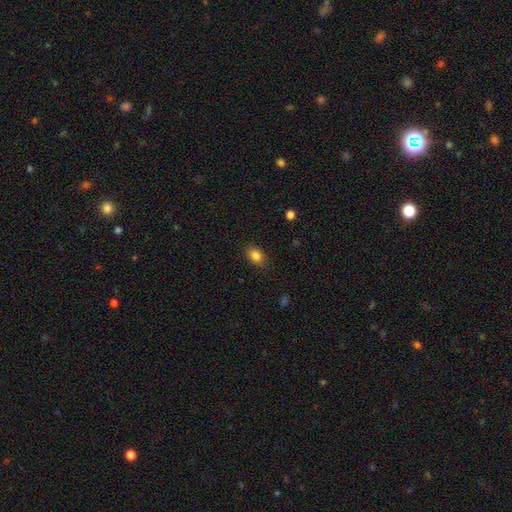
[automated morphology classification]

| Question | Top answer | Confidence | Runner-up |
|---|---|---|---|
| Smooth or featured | smooth | 85% | star or artifact (10%) |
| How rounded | in between | 66% | round (33%) |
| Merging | none | 86% | minor disturbance (10%) |